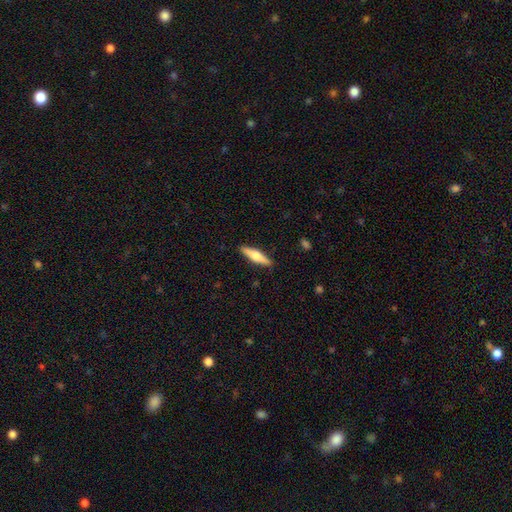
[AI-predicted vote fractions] Smooth or featured?
  - smooth: 51% *
  - featured or disk: 44%
  - star or artifact: 5%
How rounded?
  - cigar-shaped: 73% *
  - in between: 25%
  - round: 2%
Merging?
  - none: 89% *
  - minor disturbance: 8%
  - major disturbance: 2%
  - merger: 1%